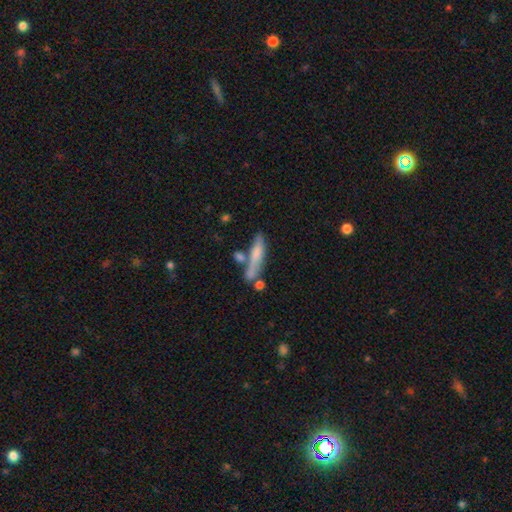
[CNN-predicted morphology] Smooth or featured? smooth (63%)
How rounded? cigar-shaped (81%)
Merging? none (54%)